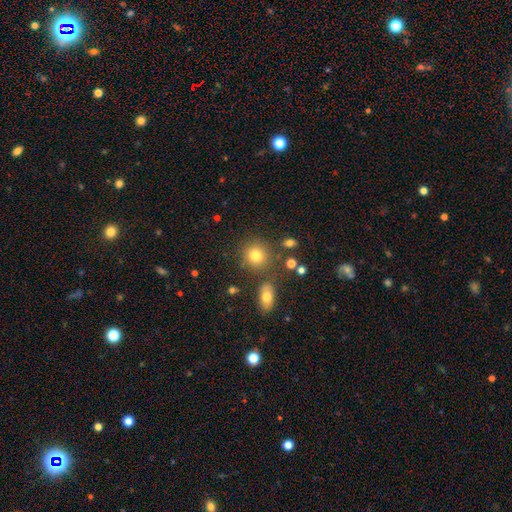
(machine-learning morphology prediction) A smooth galaxy with no disk features (78%) that is round (85%).

Vote fractions:
- Smooth or featured? smooth: 78% / star or artifact: 13% / featured or disk: 9%
- How rounded? round: 85% / in between: 14% / cigar-shaped: 1%
- Merging? none: 79% / minor disturbance: 10% / merger: 7% / major disturbance: 4%